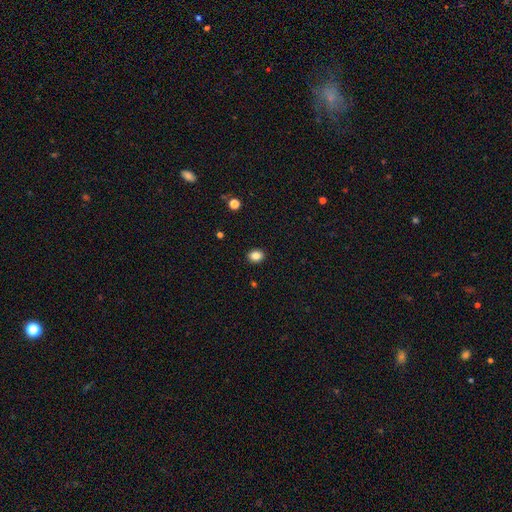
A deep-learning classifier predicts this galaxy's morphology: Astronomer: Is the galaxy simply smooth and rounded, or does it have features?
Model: smooth — 85%.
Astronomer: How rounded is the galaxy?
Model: in between — 50% (runner-up: round, 49%).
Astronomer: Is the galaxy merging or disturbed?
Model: none — 91%.